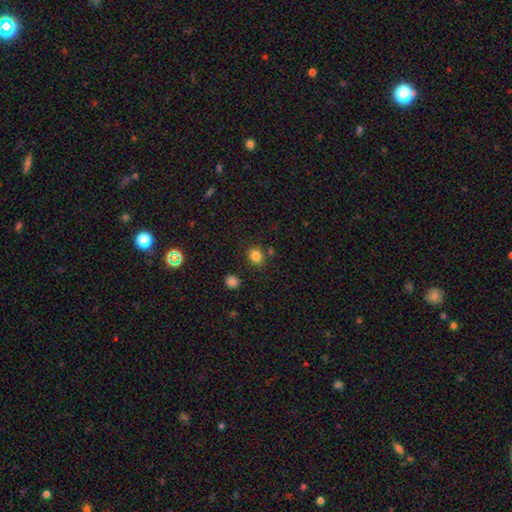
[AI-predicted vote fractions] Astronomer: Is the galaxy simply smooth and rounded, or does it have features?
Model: smooth — 83%.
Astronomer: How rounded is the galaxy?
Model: round — 78%.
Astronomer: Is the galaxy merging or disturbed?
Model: none — 80%.